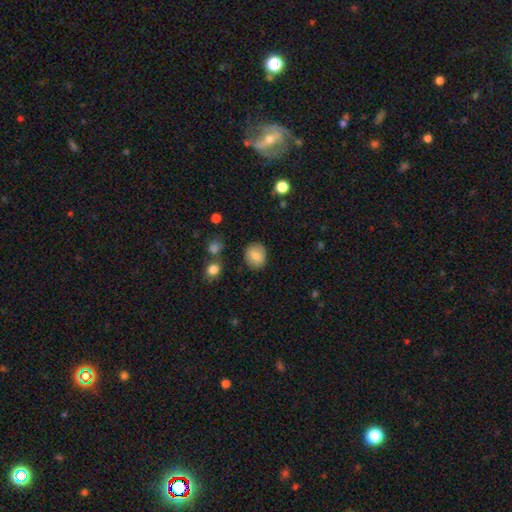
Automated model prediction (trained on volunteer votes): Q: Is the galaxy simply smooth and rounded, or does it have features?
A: smooth — 81%.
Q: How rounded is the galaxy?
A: round — 68%.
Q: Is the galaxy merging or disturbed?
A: none — 85%.